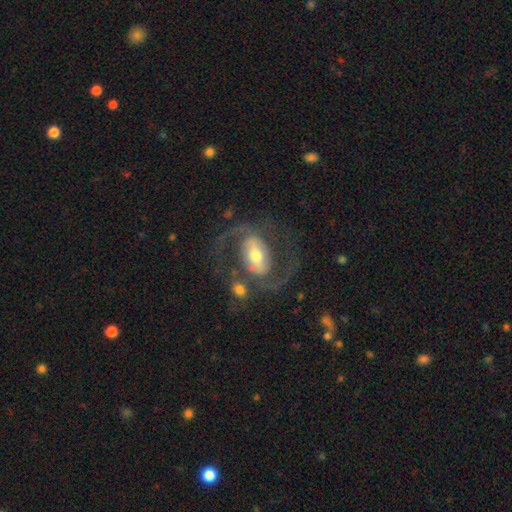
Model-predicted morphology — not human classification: Overall: featured or disk (84%). Edge-on disk: no (96%). Bar: strong (39%; weak 38%). Spiral arms: yes (92%). Spiral arm count: 2 (91%). Spiral winding: medium (58%; loose 25%). Bulge size: moderate (61%; small 25%). Merging: none (68%).